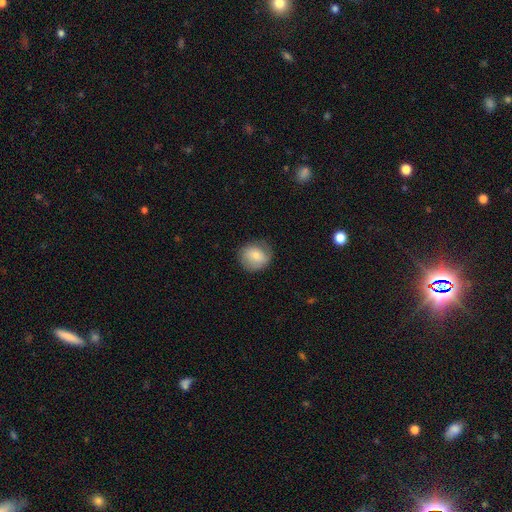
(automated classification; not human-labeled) Smooth or featured?
  - smooth: 70% *
  - featured or disk: 22%
  - star or artifact: 7%
How rounded?
  - round: 79% *
  - in between: 20%
  - cigar-shaped: 1%
Merging?
  - none: 73% *
  - minor disturbance: 19%
  - major disturbance: 6%
  - merger: 1%